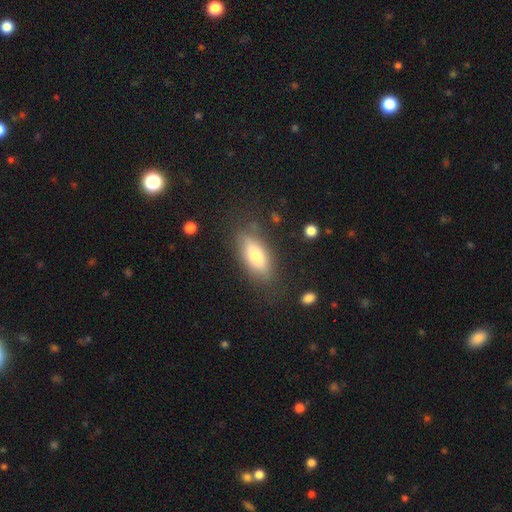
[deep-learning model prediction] Smooth or featured?
  - smooth: 70% *
  - featured or disk: 23%
  - star or artifact: 7%
How rounded?
  - in between: 77% *
  - cigar-shaped: 20%
  - round: 3%
Merging?
  - none: 78% *
  - minor disturbance: 15%
  - major disturbance: 5%
  - merger: 2%